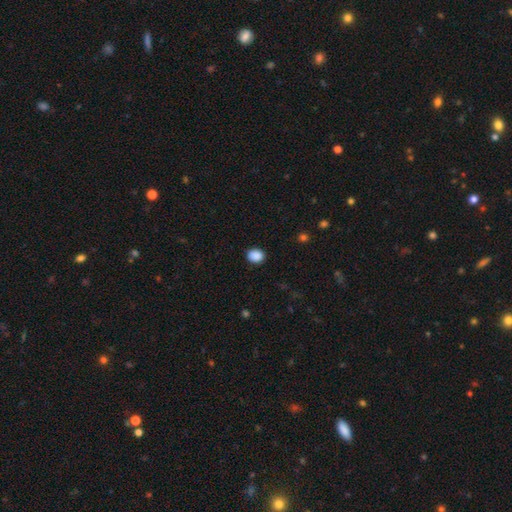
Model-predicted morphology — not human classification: A smooth galaxy with no disk features (89%) that is round (51%). Merging: none (88%).